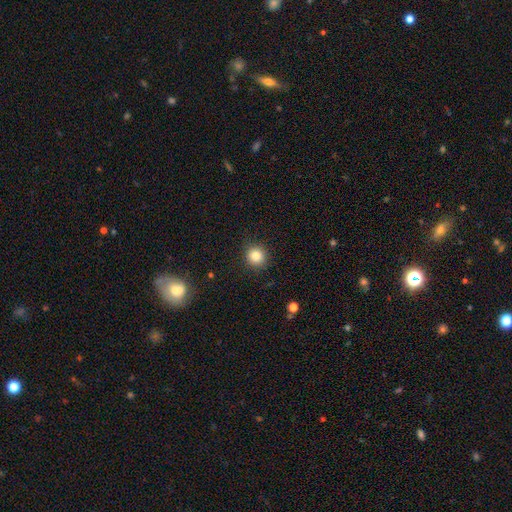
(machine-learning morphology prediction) type=smooth (83%); roundness=round (92%); merging=none (91%).